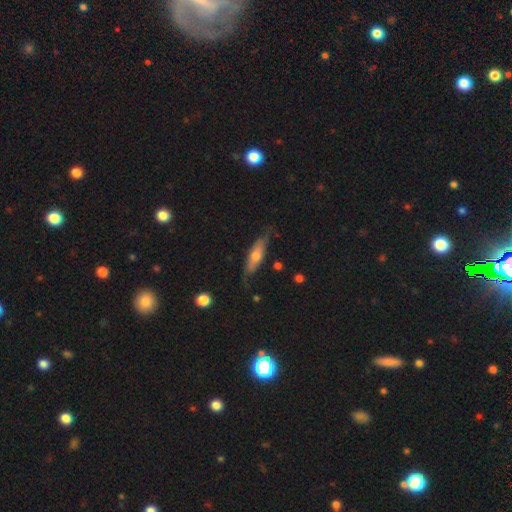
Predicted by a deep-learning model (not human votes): Smooth or featured? smooth (49%)
Merging? none (68%)